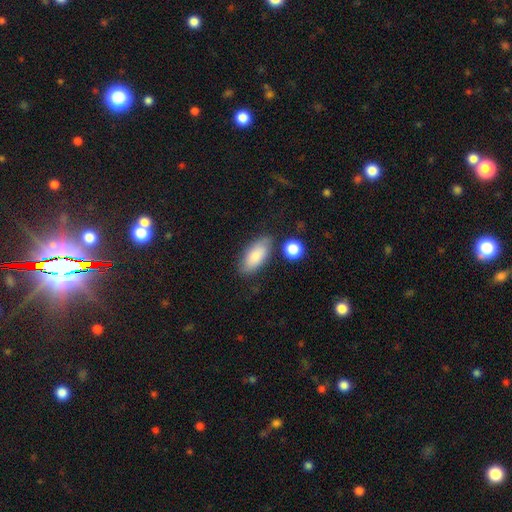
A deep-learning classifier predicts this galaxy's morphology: Q: Smooth or featured?
A: smooth (80%); runner-up: featured or disk (13%)
Q: How rounded?
A: in between (88%); runner-up: cigar-shaped (9%)
Q: Merging?
A: none (71%); runner-up: minor disturbance (17%)